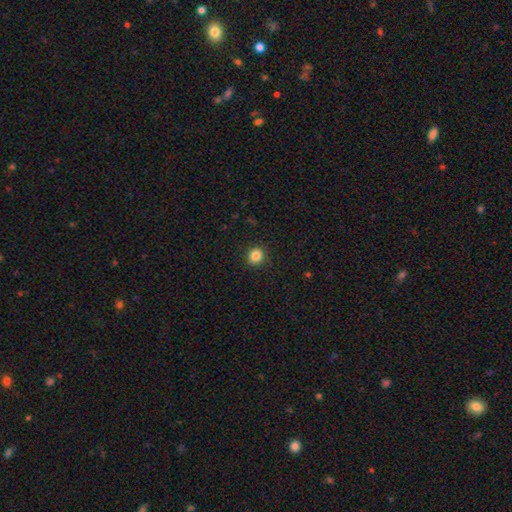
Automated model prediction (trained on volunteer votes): smooth-or-featured: smooth: 85% | star or artifact: 11% | featured or disk: 4%
  how-rounded: round: 85% | in between: 14% | cigar-shaped: 1%
  merging: none: 91% | minor disturbance: 6% | major disturbance: 2% | merger: 1%